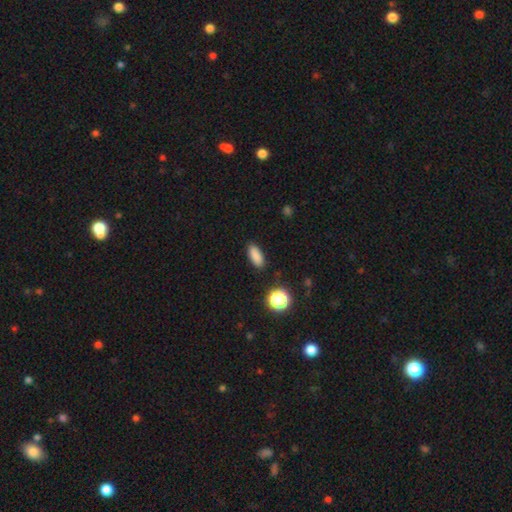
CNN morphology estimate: smooth 85%, star or artifact 10%, featured or disk 4%. Down the decision tree: how rounded — in between (79%); merging — none (88%).